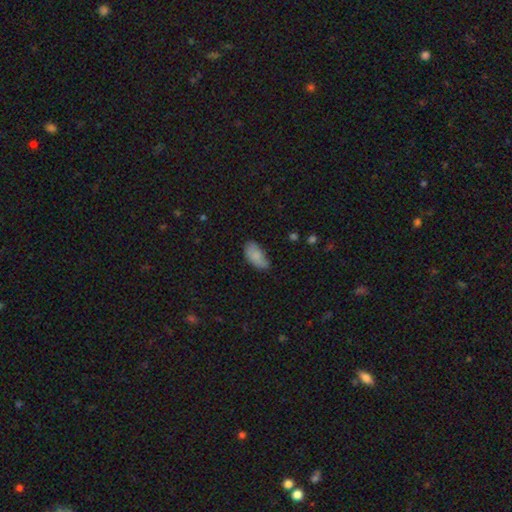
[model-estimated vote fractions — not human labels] smooth 83%, featured or disk 10%, star or artifact 7%. Down the decision tree: how rounded — in between (93%); merging — none (63%).